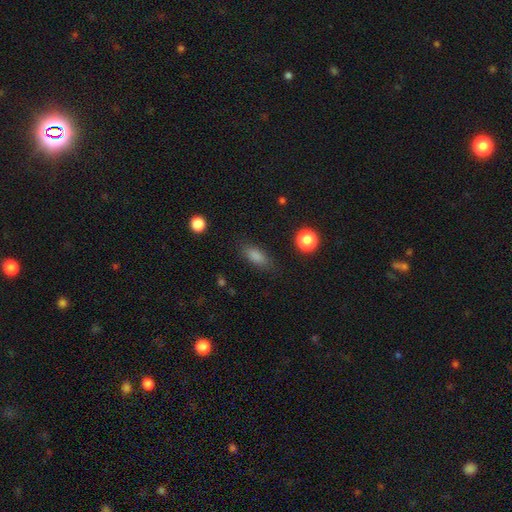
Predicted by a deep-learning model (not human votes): The model was most divided on "how rounded": in between: 71%, cigar-shaped: 23%, round: 6%. More confident: merging — none (84%); smooth or featured — smooth (80%).